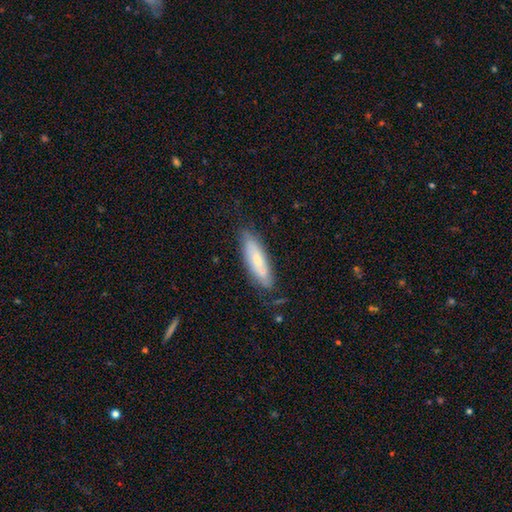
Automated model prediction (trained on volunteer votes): Smooth or featured?
  - smooth: 46% *
  - featured or disk: 45%
  - star or artifact: 9%
Merging?
  - none: 74% *
  - minor disturbance: 19%
  - major disturbance: 5%
  - merger: 3%